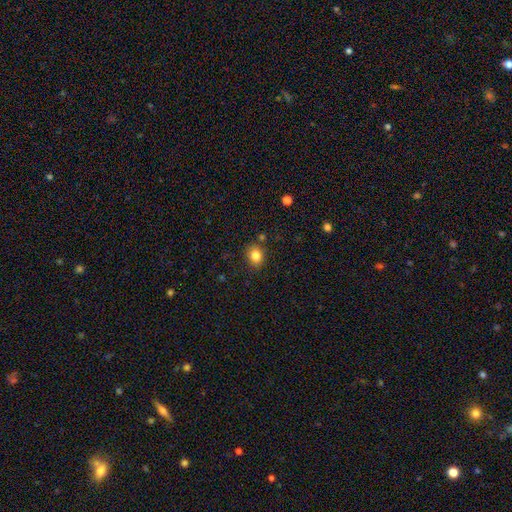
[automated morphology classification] This appears to be a smooth galaxy with no disk features (83%) that is round (52%). Merging: none (81%).